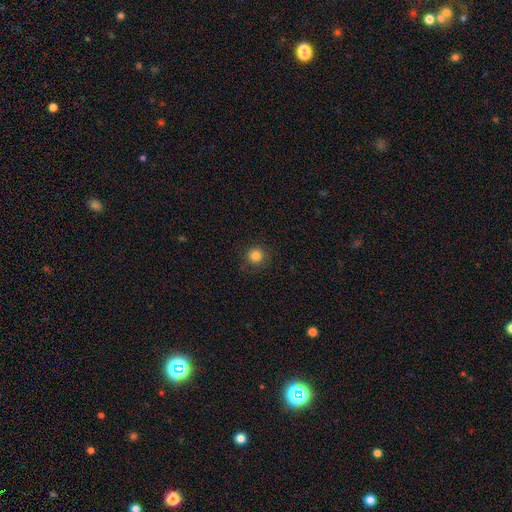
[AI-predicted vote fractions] Smooth or featured: smooth — 83% (star or artifact — 12%)
How rounded: round — 95% (in between — 4%)
Merging: none — 85% (minor disturbance — 10%)